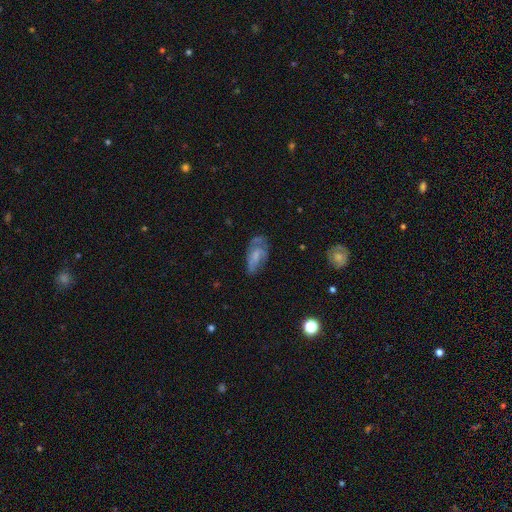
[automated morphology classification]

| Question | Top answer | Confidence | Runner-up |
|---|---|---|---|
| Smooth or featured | featured or disk | 50% | smooth (40%) |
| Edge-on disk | no | 93% | yes (7%) |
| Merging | none | 47% | minor disturbance (28%) |